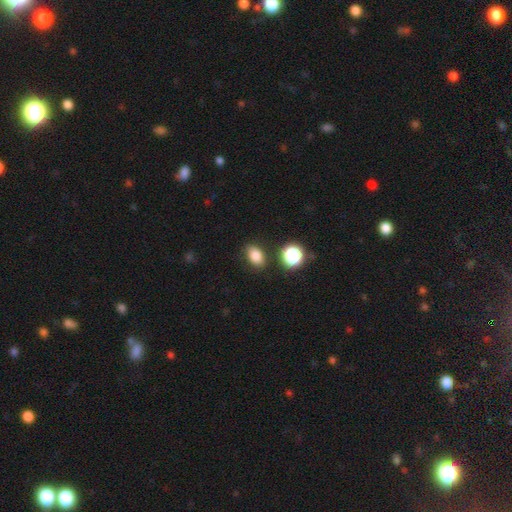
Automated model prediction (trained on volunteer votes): Smooth or featured? smooth (81%)
How rounded? in between (81%)
Merging? none (84%)